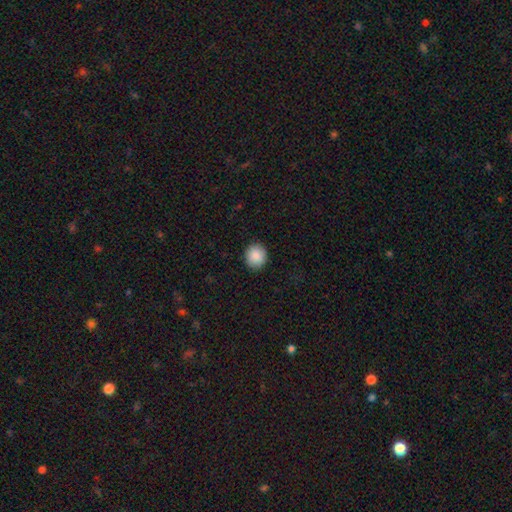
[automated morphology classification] Smooth or featured?
  - smooth: 89% *
  - star or artifact: 7%
  - featured or disk: 3%
How rounded?
  - round: 81% *
  - in between: 18%
  - cigar-shaped: 1%
Merging?
  - none: 91% *
  - minor disturbance: 6%
  - major disturbance: 2%
  - merger: 1%